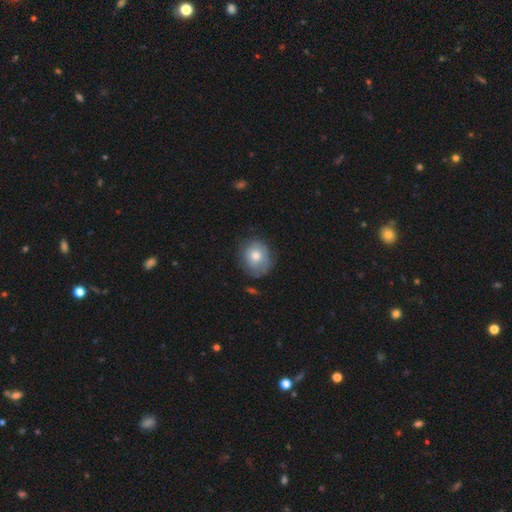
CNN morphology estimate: smooth-or-featured: smooth: 73% | featured or disk: 19% | star or artifact: 8%
  how-rounded: round: 70% | in between: 29% | cigar-shaped: 1%
  merging: none: 71% | minor disturbance: 21% | major disturbance: 6% | merger: 2%